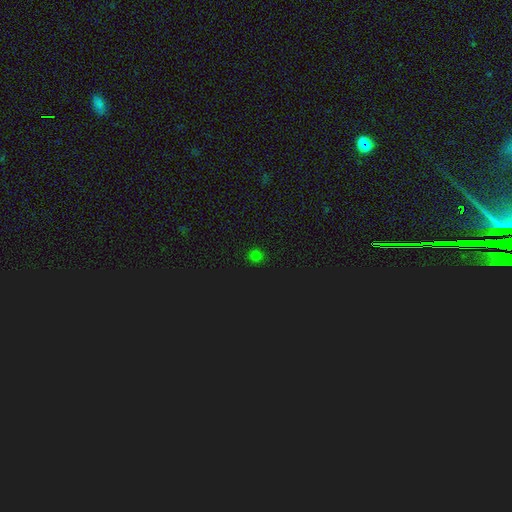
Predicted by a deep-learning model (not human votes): A smooth galaxy with no disk features (72%) that is round (89%).

Vote fractions:
- Smooth or featured? smooth: 72% / star or artifact: 25% / featured or disk: 4%
- How rounded? round: 89% / in between: 10% / cigar-shaped: 1%
- Merging? none: 91% / minor disturbance: 6% / major disturbance: 2% / merger: 1%